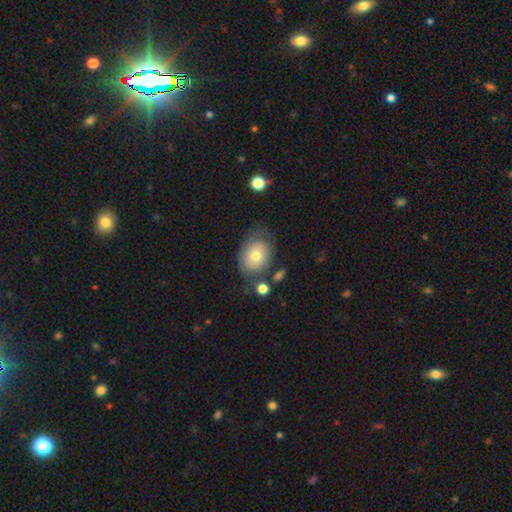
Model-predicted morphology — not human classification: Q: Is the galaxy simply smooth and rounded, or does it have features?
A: smooth — 65%.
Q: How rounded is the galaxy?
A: in between — 54%.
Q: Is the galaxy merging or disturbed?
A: none — 59%.